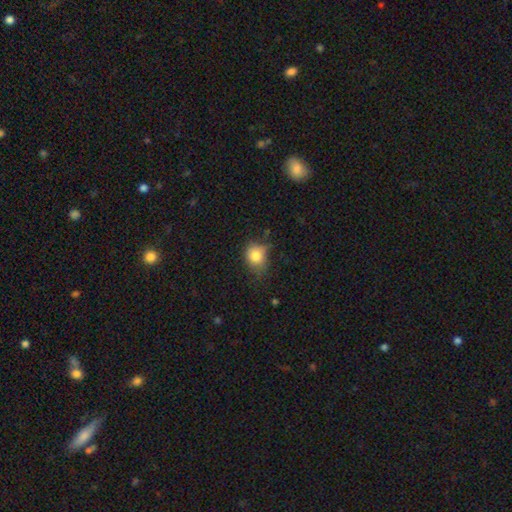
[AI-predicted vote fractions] smooth-or-featured: smooth: 80% | star or artifact: 11% | featured or disk: 9%
  how-rounded: round: 62% | in between: 37% | cigar-shaped: 1%
  merging: none: 55% | minor disturbance: 32% | major disturbance: 10% | merger: 3%